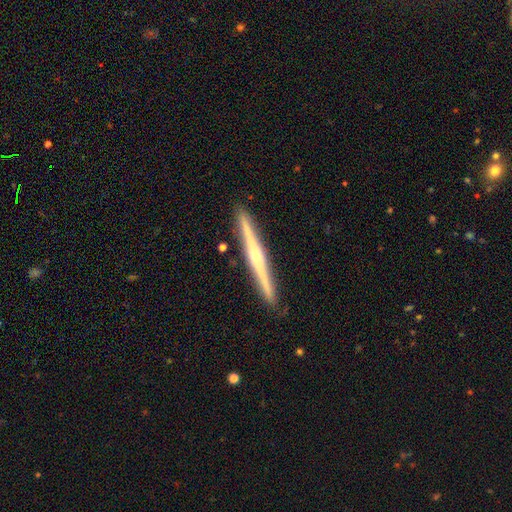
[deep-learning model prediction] Smooth or featured? Predicted: featured or disk (p=0.75). Edge-on disk? Predicted: yes (p=0.98). Edge-on bulge? Predicted: rounded (p=0.74). Merging? Predicted: none (p=0.92).